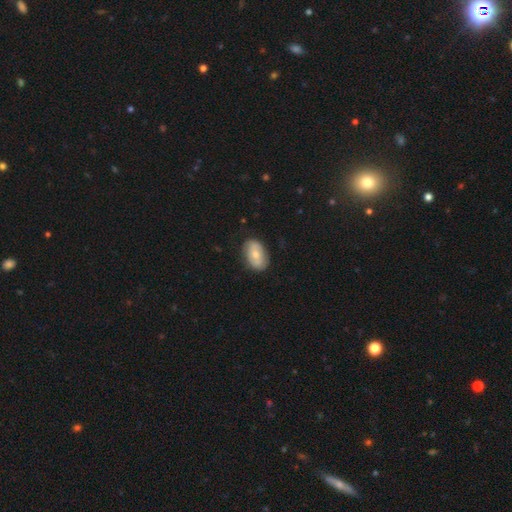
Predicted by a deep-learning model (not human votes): Smooth or featured: smooth — 62% (featured or disk — 32%)
How rounded: in between — 90% (round — 9%)
Merging: none — 81% (minor disturbance — 15%)